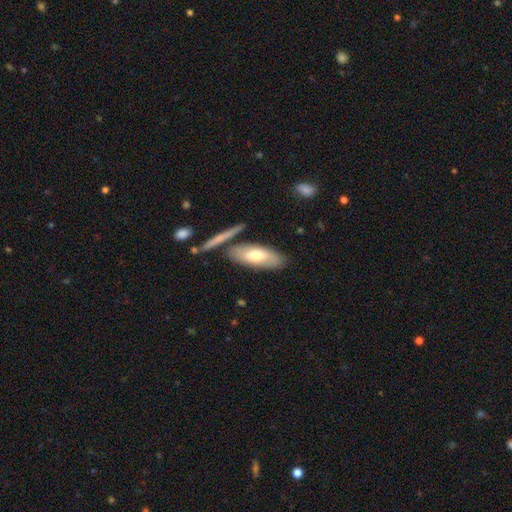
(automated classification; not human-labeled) Smooth or featured? Predicted: smooth (p=0.63). How rounded? Predicted: in between (p=0.76). Merging? Predicted: none (p=0.73).